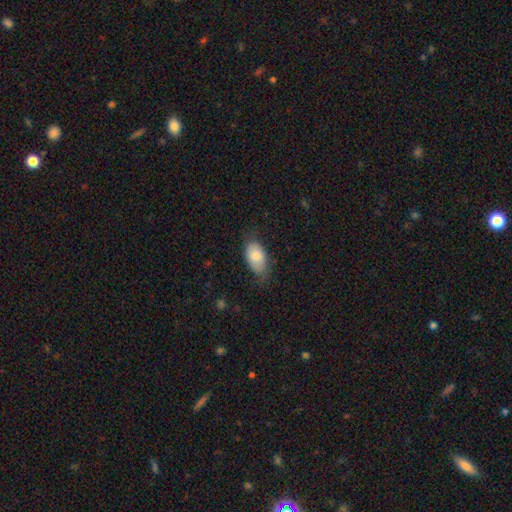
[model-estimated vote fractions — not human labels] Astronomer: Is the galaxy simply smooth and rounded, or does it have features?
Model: smooth — 78%.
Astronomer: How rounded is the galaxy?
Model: in between — 93%.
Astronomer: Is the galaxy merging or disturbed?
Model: none — 62%.